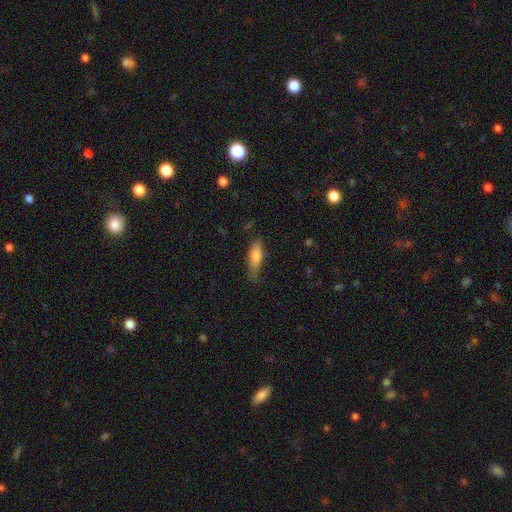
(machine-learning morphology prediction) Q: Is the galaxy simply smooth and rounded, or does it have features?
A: smooth — 77%.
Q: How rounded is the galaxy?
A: in between — 59%.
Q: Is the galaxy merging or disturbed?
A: none — 68%.